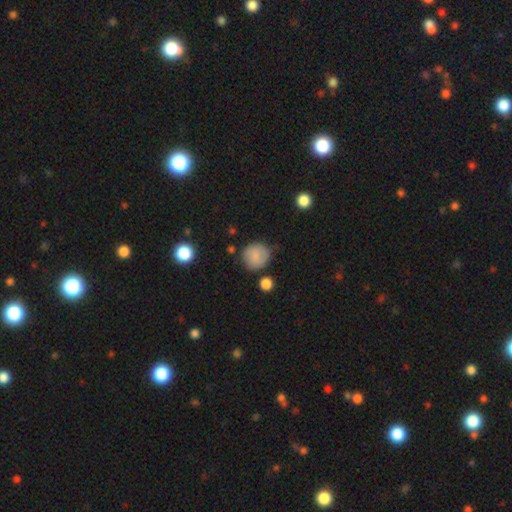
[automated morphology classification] smooth-or-featured: smooth: 82% | star or artifact: 9% | featured or disk: 9%
  how-rounded: round: 88% | in between: 11% | cigar-shaped: 1%
  merging: none: 78% | minor disturbance: 15% | major disturbance: 4% | merger: 3%